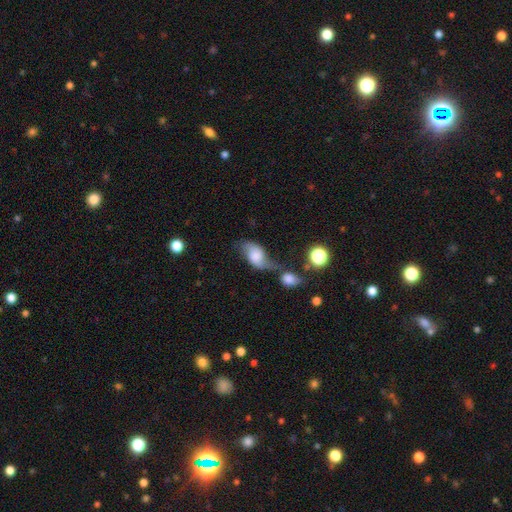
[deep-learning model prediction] smooth_or_featured: smooth (p=0.54) [alt: featured or disk p=0.37]
how_rounded: in between (p=0.86) [alt: round p=0.11]
merging: merger (p=0.41) [alt: none p=0.23]